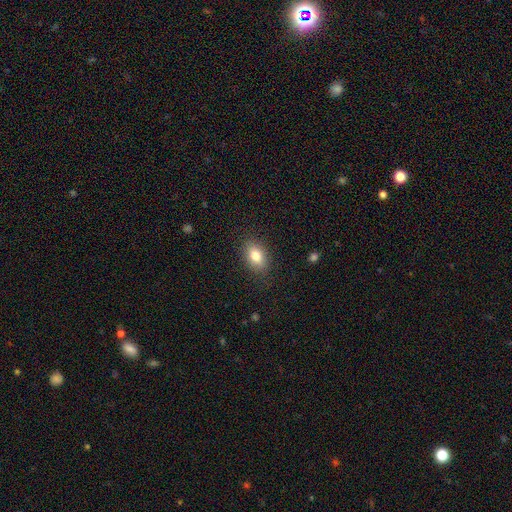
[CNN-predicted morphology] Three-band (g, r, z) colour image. It shows a smooth galaxy with no disk features (80%) that is in between round and cigar-shaped (82%). Merging: none (87%).